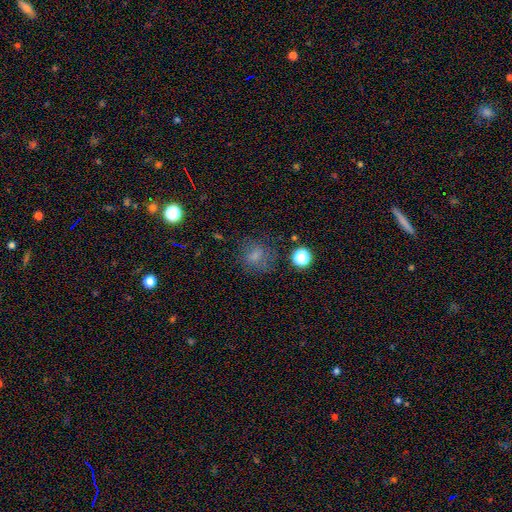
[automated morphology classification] type=smooth (68%); roundness=round (71%); merging=none (67%).